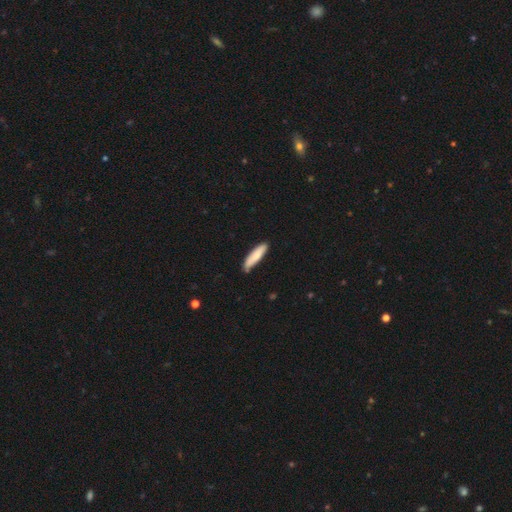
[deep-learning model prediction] A smooth galaxy with no disk features (80%) that is cigar-shaped (75%). Merging: none (80%).